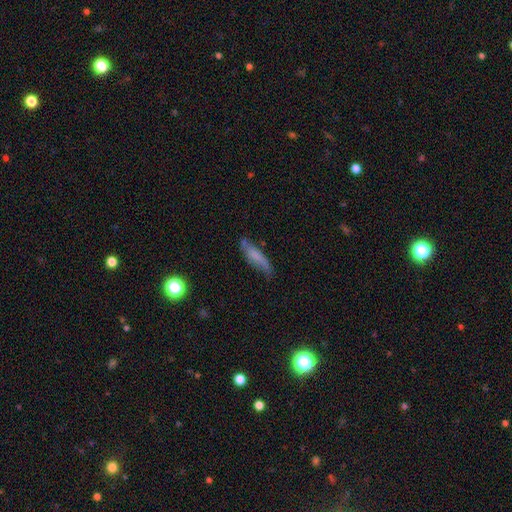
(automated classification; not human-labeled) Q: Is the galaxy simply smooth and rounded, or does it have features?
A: smooth — 62%.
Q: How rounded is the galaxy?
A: cigar-shaped — 70%.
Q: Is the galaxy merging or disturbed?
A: none — 60%.